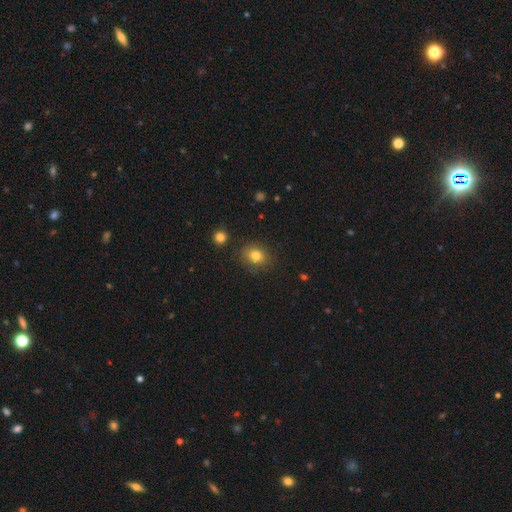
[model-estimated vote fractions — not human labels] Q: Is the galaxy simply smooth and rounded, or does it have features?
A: smooth — 81%.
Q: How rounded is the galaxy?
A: round — 64%.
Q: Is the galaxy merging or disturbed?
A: none — 83%.